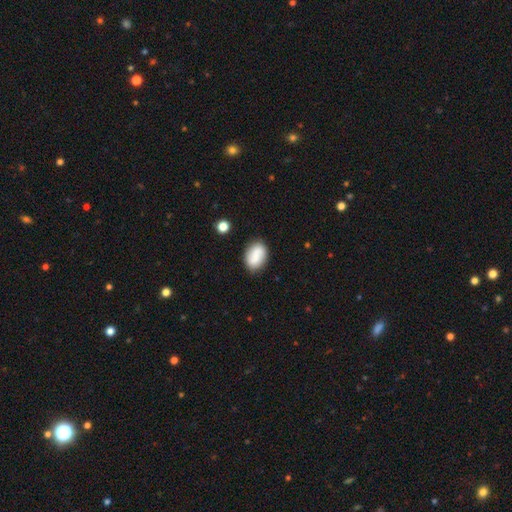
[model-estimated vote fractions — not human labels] Smooth or featured?
  - smooth: 74% *
  - featured or disk: 18%
  - star or artifact: 8%
How rounded?
  - in between: 85% *
  - round: 13%
  - cigar-shaped: 2%
Merging?
  - none: 79% *
  - minor disturbance: 14%
  - major disturbance: 4%
  - merger: 3%